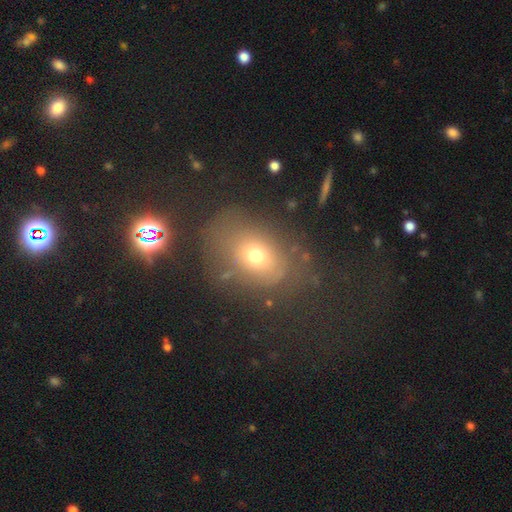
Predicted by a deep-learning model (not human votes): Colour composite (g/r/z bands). It shows a smooth galaxy with no disk features (64%) that is in between round and cigar-shaped (61%). Merging: none (60%).